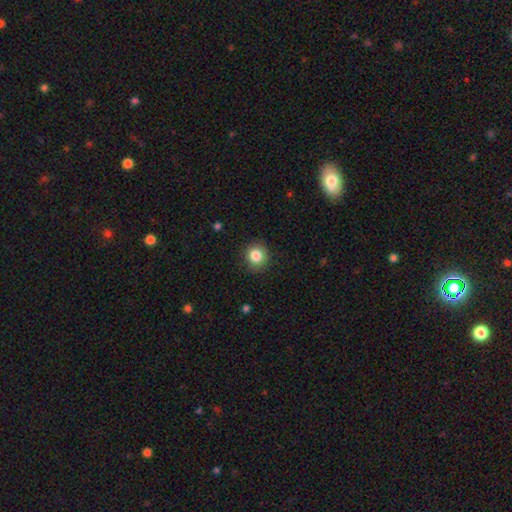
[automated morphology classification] Smooth or featured: smooth — 85% (star or artifact — 10%)
How rounded: round — 88% (in between — 11%)
Merging: none — 87% (minor disturbance — 9%)